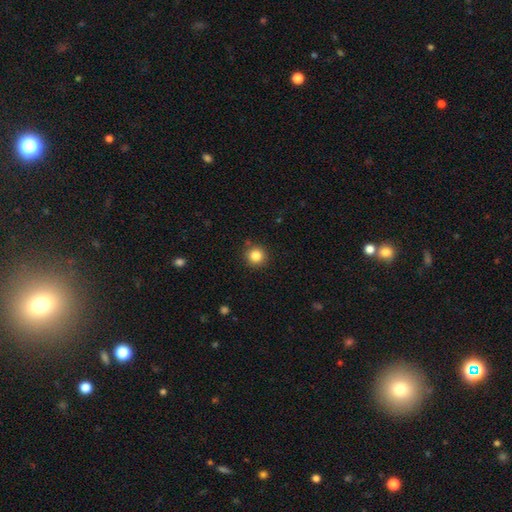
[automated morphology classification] Smooth or featured? Predicted: smooth (p=0.85). How rounded? Predicted: round (p=0.95). Merging? Predicted: none (p=0.89).